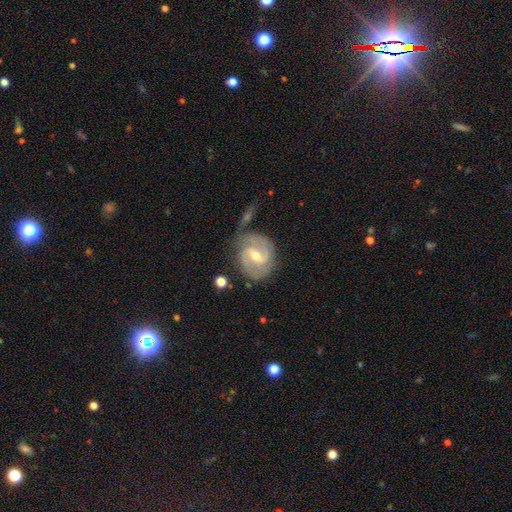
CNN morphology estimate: Smooth or featured: featured or disk — 86% (smooth — 9%)
Edge-on disk: no — 97% (yes — 3%)
Bar: weak — 55% (strong — 25%)
Spiral arms: yes — 96% (no — 4%)
Spiral winding: medium — 51% (tight — 32%)
Spiral arm count: 2 — 86% (can't tell — 6%)
Bulge size: moderate — 54% (small — 43%)
Merging: none — 69% (minor disturbance — 18%)